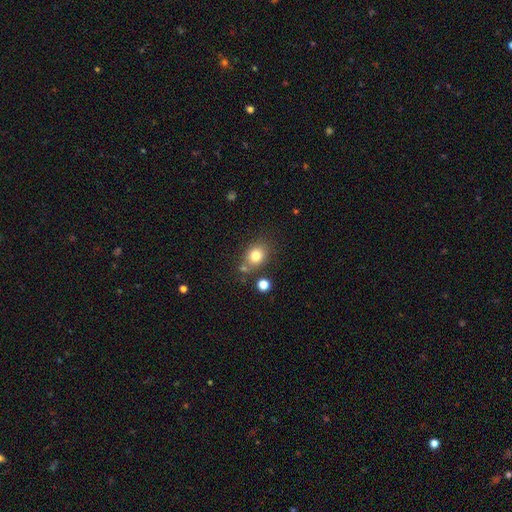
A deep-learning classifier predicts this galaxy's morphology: smooth_or_featured: smooth (p=0.80) [alt: star or artifact p=0.11]
how_rounded: round (p=0.59) [alt: in between p=0.40]
merging: none (p=0.70) [alt: minor disturbance p=0.14]